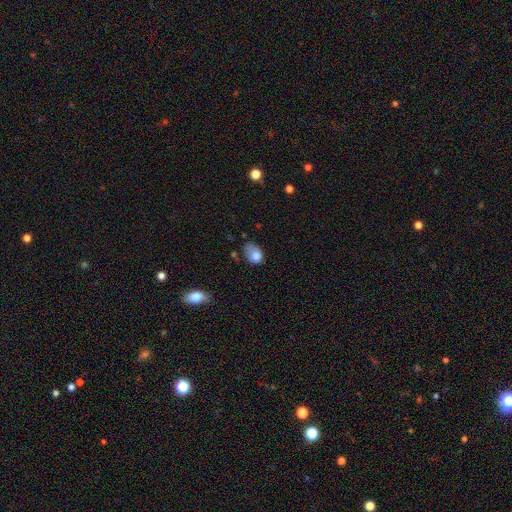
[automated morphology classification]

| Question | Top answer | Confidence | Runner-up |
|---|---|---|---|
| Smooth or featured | smooth | 78% | featured or disk (13%) |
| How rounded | in between | 75% | round (24%) |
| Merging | minor disturbance | 40% | none (29%) |